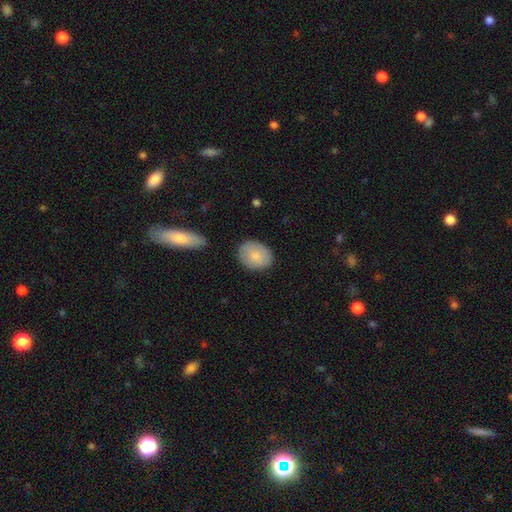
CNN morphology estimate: Smooth or featured?
  - smooth: 82% *
  - featured or disk: 12%
  - star or artifact: 6%
How rounded?
  - in between: 55% *
  - round: 44%
  - cigar-shaped: 1%
Merging?
  - none: 81% *
  - minor disturbance: 14%
  - major disturbance: 3%
  - merger: 2%